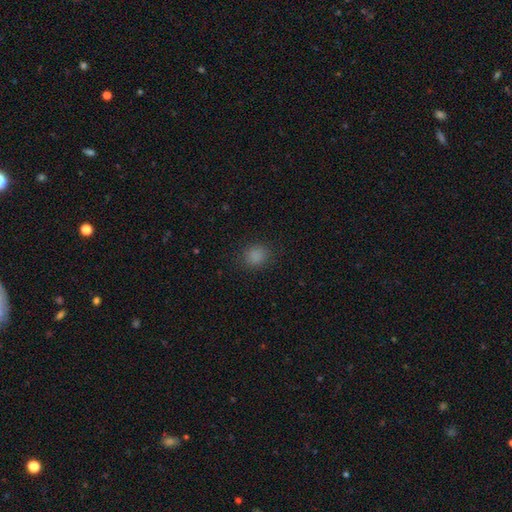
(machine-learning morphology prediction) type=smooth (85%); roundness=round (69%); merging=none (86%).